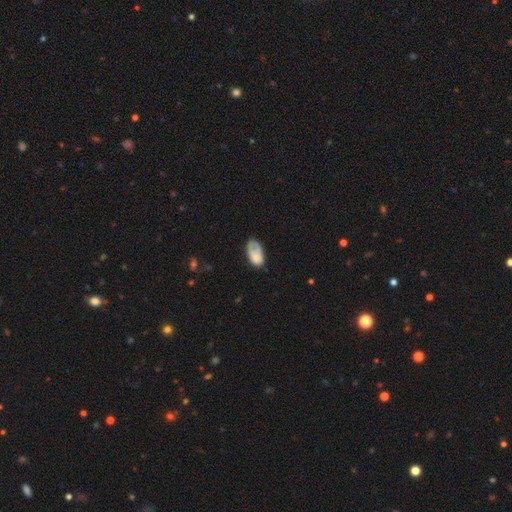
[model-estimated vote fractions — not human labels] A smooth galaxy with no disk features (69%) that is in between round and cigar-shaped (93%). Merging: none (44%).